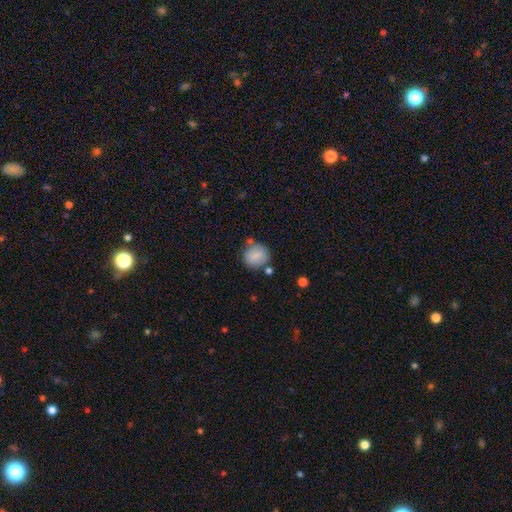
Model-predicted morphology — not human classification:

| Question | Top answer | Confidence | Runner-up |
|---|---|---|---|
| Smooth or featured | smooth | 84% | featured or disk (8%) |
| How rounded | round | 85% | in between (14%) |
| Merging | none | 72% | minor disturbance (15%) |